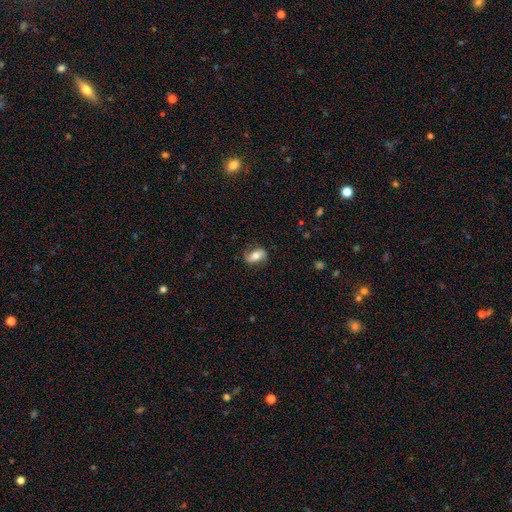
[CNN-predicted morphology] The model was most divided on "smooth or featured": smooth: 49%, featured or disk: 43%, star or artifact: 7%. More confident: merging — none (76%).